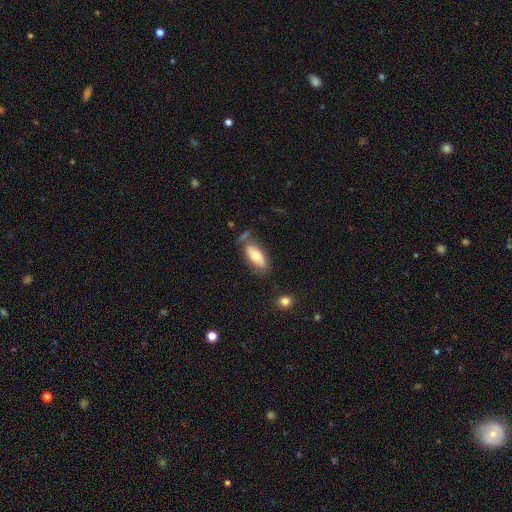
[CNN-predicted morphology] type=smooth (69%); roundness=in between (85%); merging=none (62%).